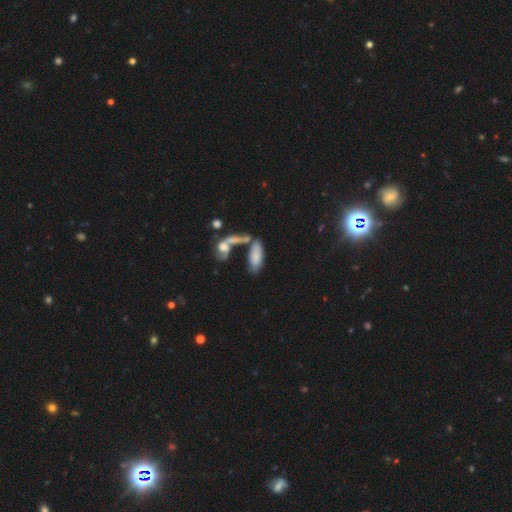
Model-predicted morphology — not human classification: Smooth or featured? smooth (70%)
How rounded? in between (80%)
Merging? merger (46%)